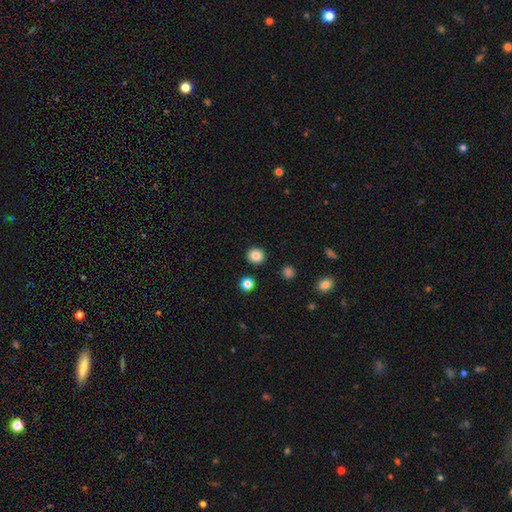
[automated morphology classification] smooth_or_featured: smooth (p=0.85) [alt: star or artifact p=0.11]
how_rounded: round (p=0.90) [alt: in between p=0.09]
merging: none (p=0.92) [alt: minor disturbance p=0.05]